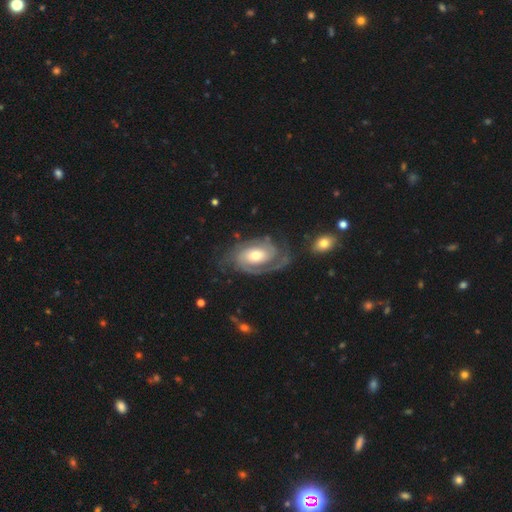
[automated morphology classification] smooth_or_featured: featured or disk (p=0.88) [alt: smooth p=0.08]
disk_edge_on: no (p=0.97) [alt: yes p=0.03]
bar: no (p=0.60) [alt: weak p=0.30]
has_spiral_arms: yes (p=0.96) [alt: no p=0.04]
spiral_winding: tight (p=0.60) [alt: medium p=0.32]
spiral_arm_count: 2 (p=0.61) [alt: can't tell p=0.13]
bulge_size: moderate (p=0.67) [alt: small p=0.20]
merging: none (p=0.66) [alt: minor disturbance p=0.18]